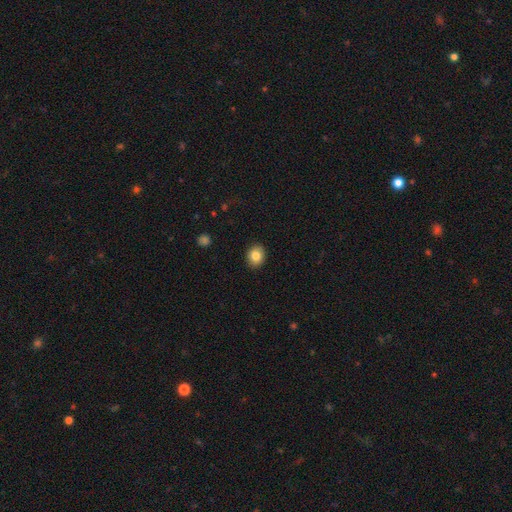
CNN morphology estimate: A smooth galaxy with no disk features (83%) that is round (54%).

Vote fractions:
- Smooth or featured? smooth: 83% / star or artifact: 9% / featured or disk: 8%
- How rounded? round: 54% / in between: 45% / cigar-shaped: 1%
- Merging? none: 91% / minor disturbance: 7% / major disturbance: 2% / merger: 1%